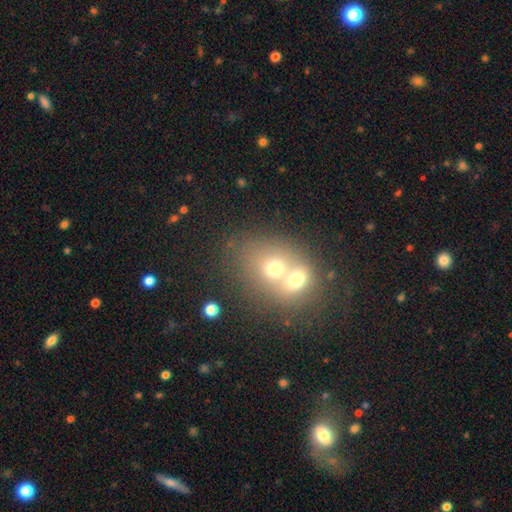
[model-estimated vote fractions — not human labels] Smooth or featured? Predicted: smooth (p=0.55). How rounded? Predicted: round (p=0.58). Merging? Predicted: merger (p=0.71).